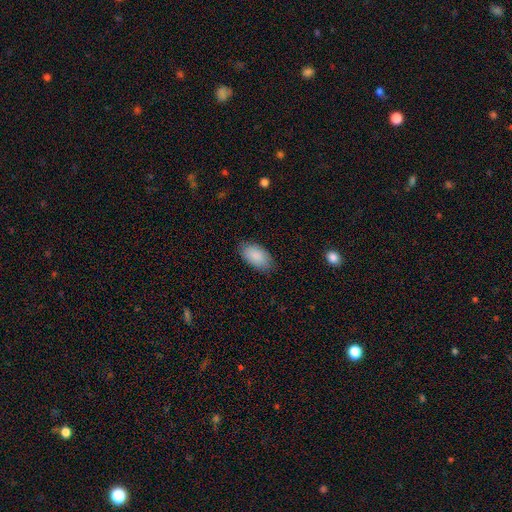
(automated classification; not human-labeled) smooth 89%, star or artifact 6%, featured or disk 5%. Down the decision tree: how rounded — in between (95%); merging — none (83%).